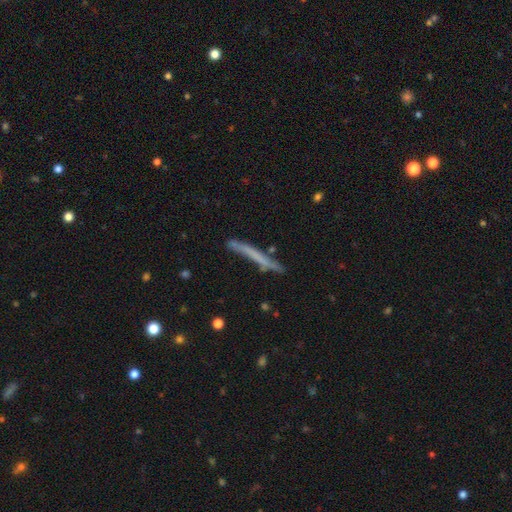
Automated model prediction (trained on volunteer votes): This is possibly a smooth galaxy (51%). How rounded: clearly cigar-shaped (96%). Merging: likely none (73%).